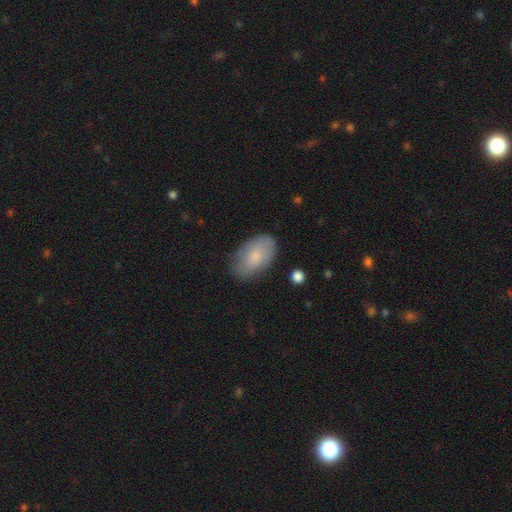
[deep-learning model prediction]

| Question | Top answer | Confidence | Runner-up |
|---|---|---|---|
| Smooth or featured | smooth | 75% | featured or disk (18%) |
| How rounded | in between | 94% | round (5%) |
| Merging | none | 78% | minor disturbance (17%) |